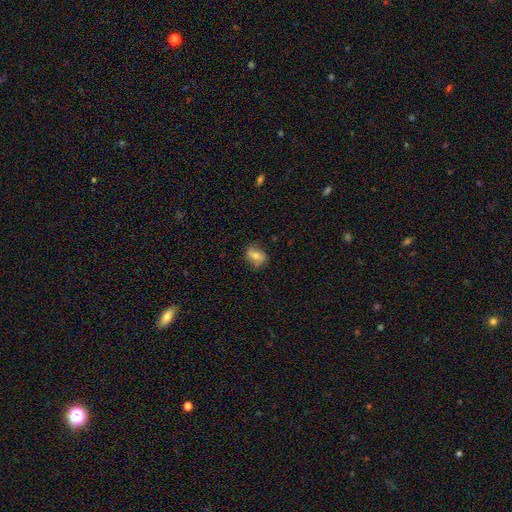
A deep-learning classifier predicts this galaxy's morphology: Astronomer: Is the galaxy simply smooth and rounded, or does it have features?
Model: smooth — 68%.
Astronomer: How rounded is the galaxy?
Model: in between — 69%.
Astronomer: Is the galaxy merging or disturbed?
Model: none — 75%.